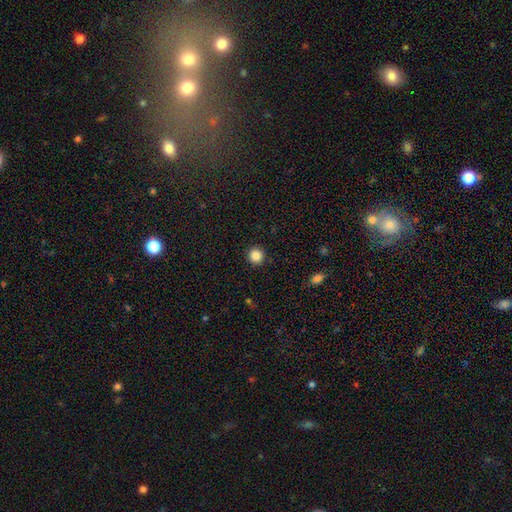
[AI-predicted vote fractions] Smooth or featured: smooth — 86% (star or artifact — 11%)
How rounded: round — 94% (in between — 5%)
Merging: none — 92% (minor disturbance — 5%)